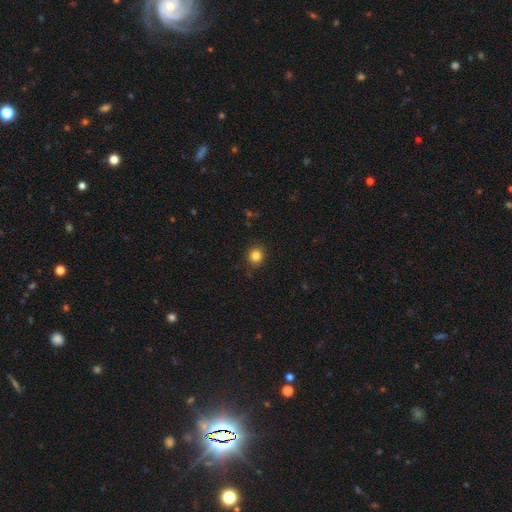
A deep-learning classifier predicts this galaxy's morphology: Smooth or featured? smooth (83%)
How rounded? round (88%)
Merging? none (89%)